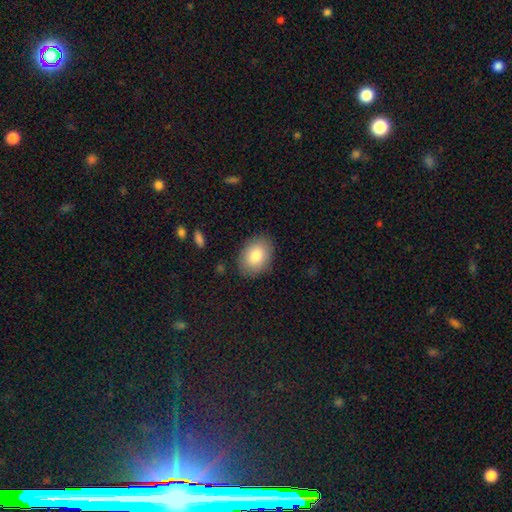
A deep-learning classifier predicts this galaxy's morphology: smooth 82%, featured or disk 11%, star or artifact 7%. Down the decision tree: how rounded — in between (78%); merging — none (85%).